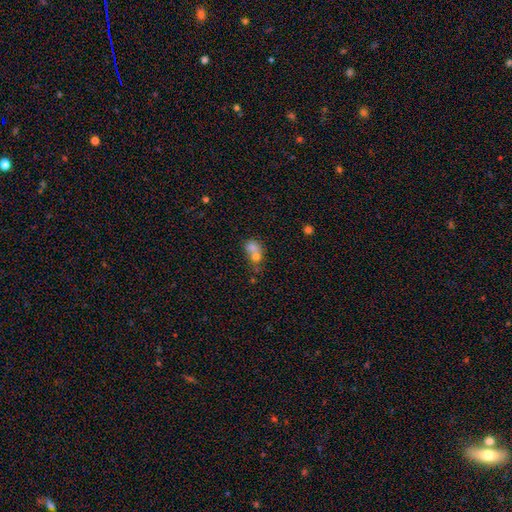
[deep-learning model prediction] Smooth or featured?
  - smooth: 71% *
  - featured or disk: 18%
  - star or artifact: 11%
How rounded?
  - round: 57% *
  - in between: 42%
  - cigar-shaped: 1%
Merging?
  - merger: 67% *
  - none: 22%
  - minor disturbance: 7%
  - major disturbance: 4%